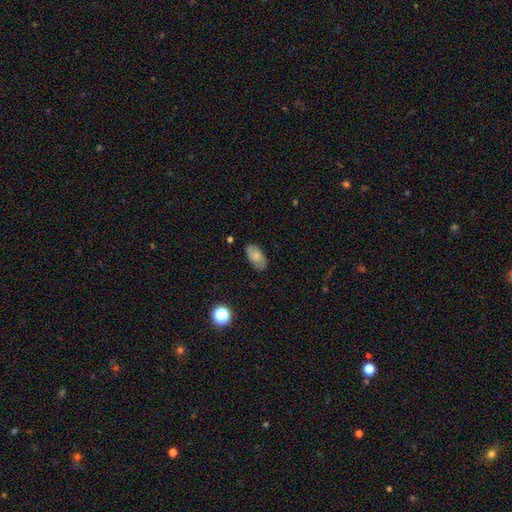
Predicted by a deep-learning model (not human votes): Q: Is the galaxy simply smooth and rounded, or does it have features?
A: smooth — 65%.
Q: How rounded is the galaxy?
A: in between — 93%.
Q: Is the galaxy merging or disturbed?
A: none — 82%.